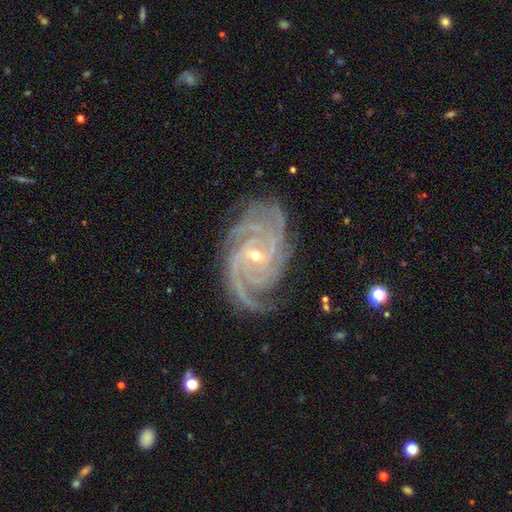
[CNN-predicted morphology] This is clearly a featured or disk galaxy (93%). It is clearly not viewed edge-on (97%). Bar: marginally weak (42%). Spiral arm pattern: clearly yes (99%). Spiral arm count: marginally 4 (33%). Spiral winding: likely tight (74%). Central bulge: likely small (71%). Merging: likely none (76%).